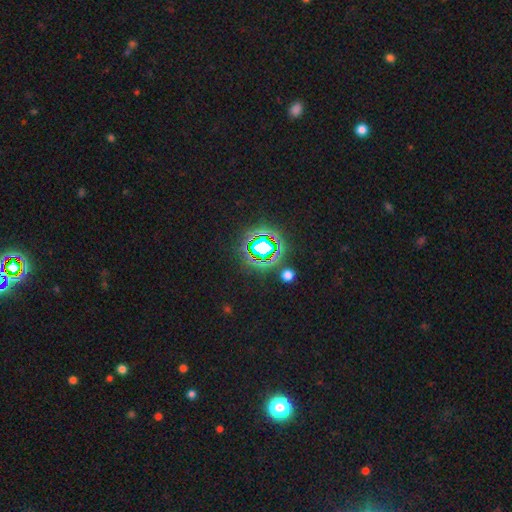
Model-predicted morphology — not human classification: This appears to be a star or artifact, not a galaxy (80%).